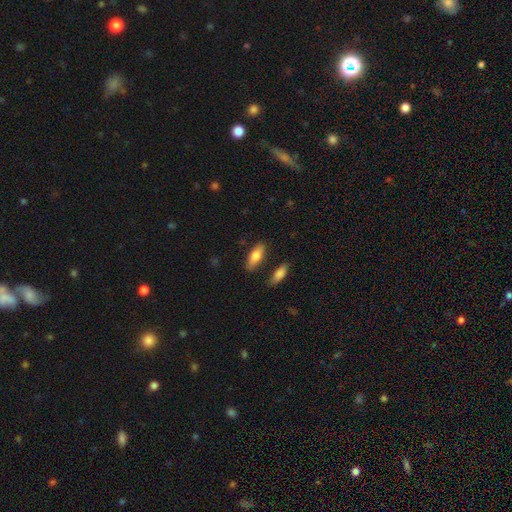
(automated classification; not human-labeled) A smooth galaxy with no disk features (77%) that is in between round and cigar-shaped (73%). Merging: none (79%).